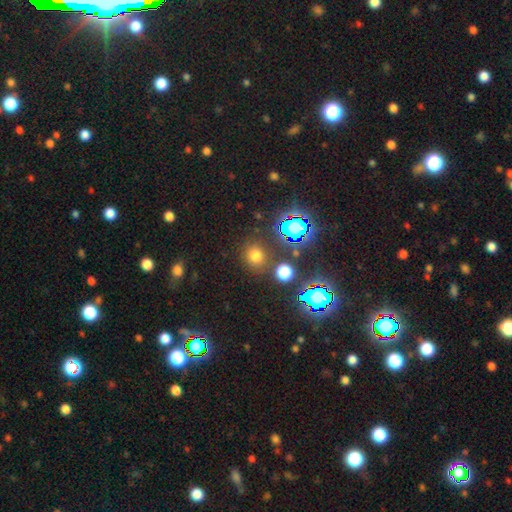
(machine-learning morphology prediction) smooth 65%, star or artifact 29%, featured or disk 7%. Down the decision tree: how rounded — round (78%); merging — none (84%).